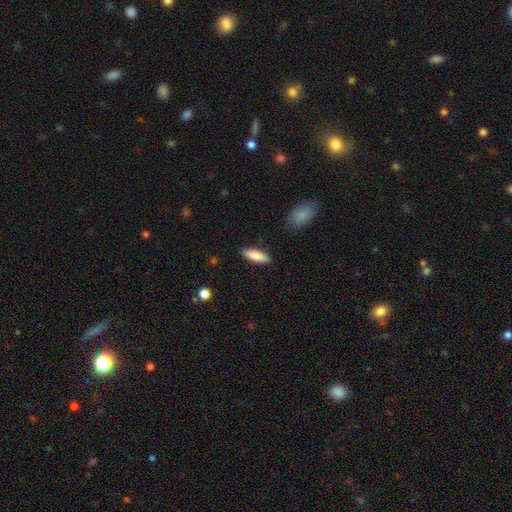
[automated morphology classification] smooth 85%, featured or disk 9%, star or artifact 6%. Down the decision tree: how rounded — in between (55%); merging — none (89%).